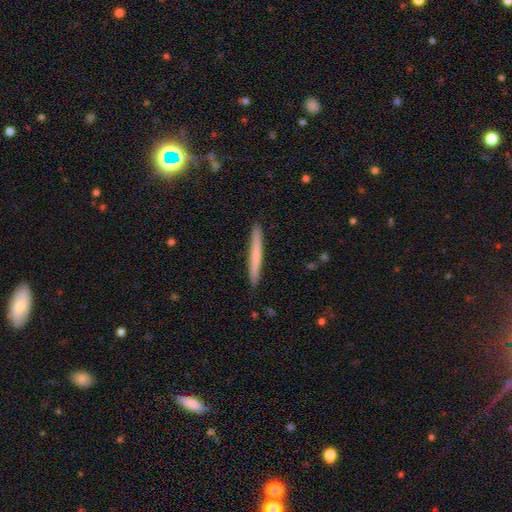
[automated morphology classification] Smooth or featured?
  - smooth: 65% *
  - featured or disk: 29%
  - star or artifact: 6%
How rounded?
  - cigar-shaped: 97% *
  - in between: 2%
  - round: 1%
Merging?
  - none: 91% *
  - minor disturbance: 6%
  - major disturbance: 1%
  - merger: 1%